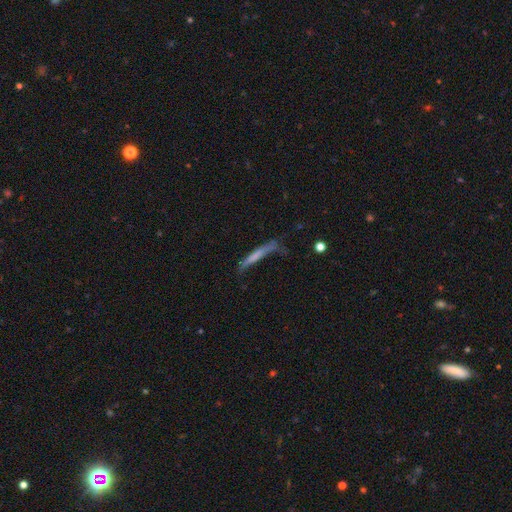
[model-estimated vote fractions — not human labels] Overall: smooth (56%; featured or disk 36%). How rounded: cigar-shaped (94%). Merging: none (50%; minor disturbance 28%).